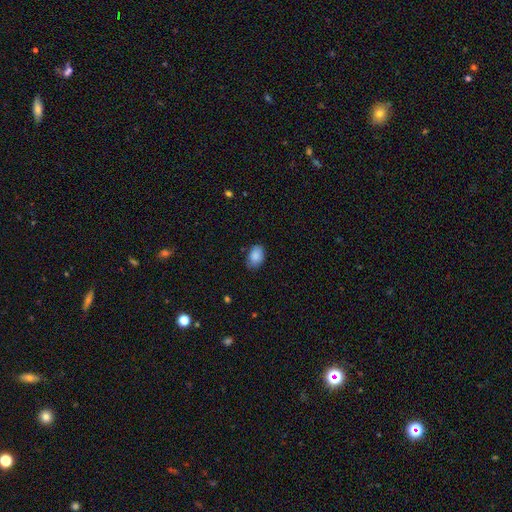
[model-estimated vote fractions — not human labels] A smooth galaxy with no disk features (87%) that is in between round and cigar-shaped (86%).

Vote fractions:
- Smooth or featured? smooth: 87% / star or artifact: 7% / featured or disk: 6%
- How rounded? in between: 86% / round: 13% / cigar-shaped: 1%
- Merging? none: 80% / minor disturbance: 16% / major disturbance: 3% / merger: 1%